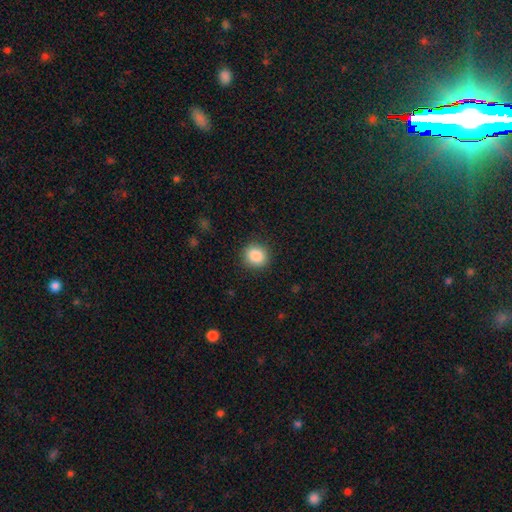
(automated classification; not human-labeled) Overall: smooth (88%). How rounded: round (80%). Merging: none (90%).